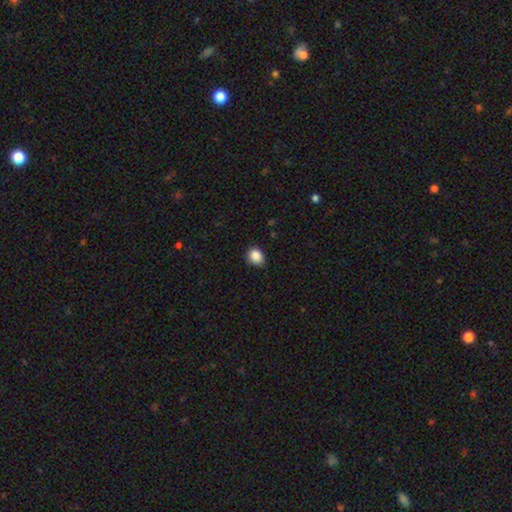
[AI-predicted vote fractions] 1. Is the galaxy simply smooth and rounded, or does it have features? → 87% smooth, 9% star or artifact, 3% featured or disk.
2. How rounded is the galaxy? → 59% round, 40% in between, 1% cigar-shaped.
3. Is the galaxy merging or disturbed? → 80% none, 17% minor disturbance, 2% major disturbance, 1% merger.